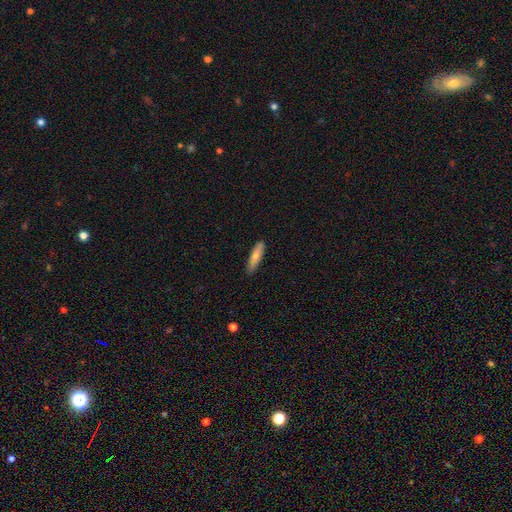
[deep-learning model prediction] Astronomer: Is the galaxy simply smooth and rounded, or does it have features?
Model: smooth — 80%.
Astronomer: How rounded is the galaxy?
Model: cigar-shaped — 77%.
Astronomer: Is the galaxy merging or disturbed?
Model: none — 88%.